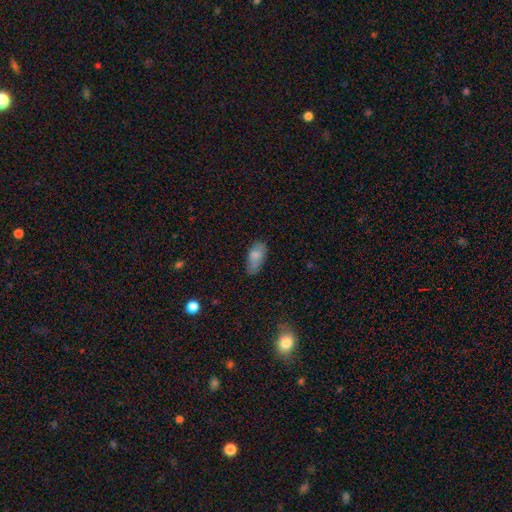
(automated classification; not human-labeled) A smooth galaxy with no disk features (79%) that is in between round and cigar-shaped (92%).

Vote fractions:
- Smooth or featured? smooth: 79% / featured or disk: 14% / star or artifact: 7%
- How rounded? in between: 92% / cigar-shaped: 5% / round: 3%
- Merging? none: 66% / minor disturbance: 26% / major disturbance: 6% / merger: 2%